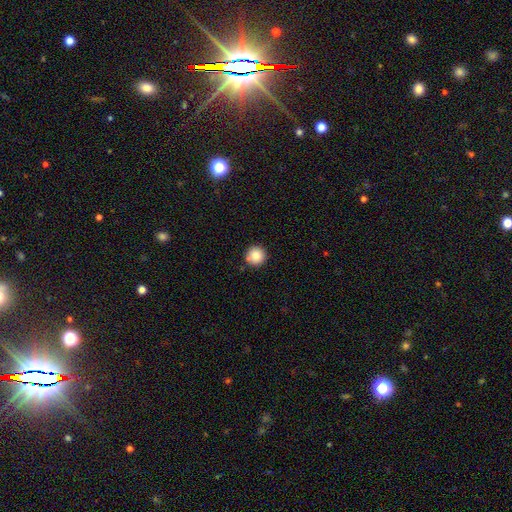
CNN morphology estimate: The model was most divided on "smooth or featured": smooth: 86%, star or artifact: 9%, featured or disk: 4%. More confident: how rounded — round (95%); merging — none (87%).